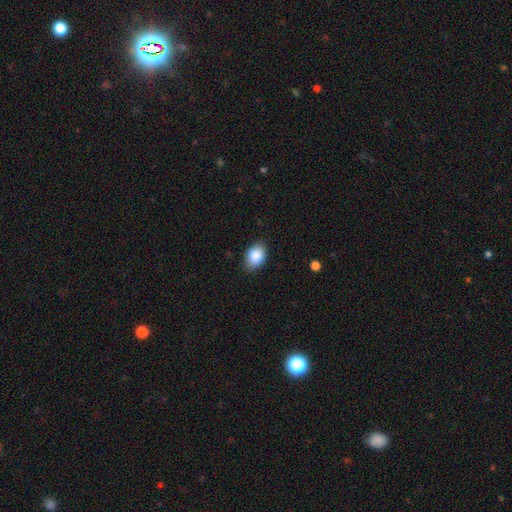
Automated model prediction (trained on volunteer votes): smooth 87%, star or artifact 7%, featured or disk 6%. Down the decision tree: how rounded — in between (85%); merging — none (84%).